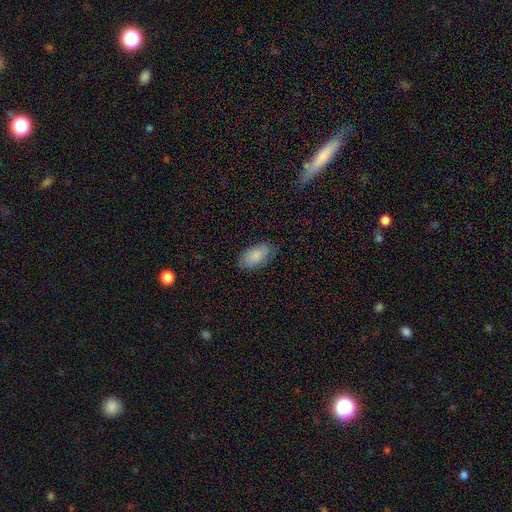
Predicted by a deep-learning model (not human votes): smooth_or_featured: smooth (p=0.83) [alt: featured or disk p=0.10]
how_rounded: in between (p=0.94) [alt: round p=0.03]
merging: none (p=0.76) [alt: minor disturbance p=0.19]